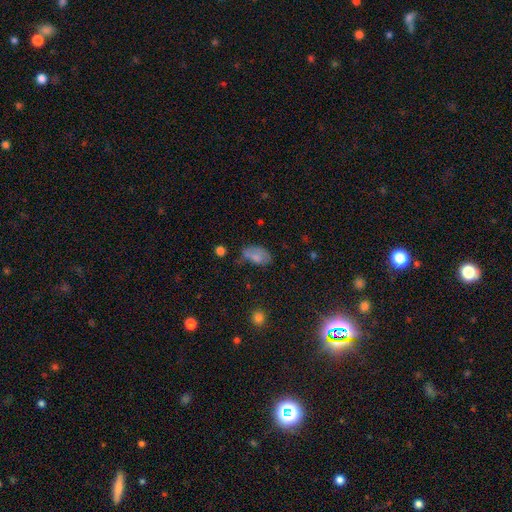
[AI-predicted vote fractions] The model was most divided on "merging": none: 38%, minor disturbance: 34%, major disturbance: 21%, merger: 7%. More confident: how rounded — in between (91%); smooth or featured — smooth (70%).